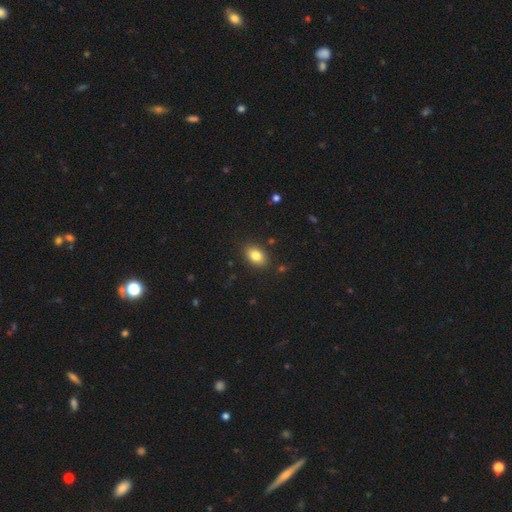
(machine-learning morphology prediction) Smooth or featured: smooth — 82% (featured or disk — 9%)
How rounded: in between — 85% (round — 14%)
Merging: none — 87% (minor disturbance — 9%)